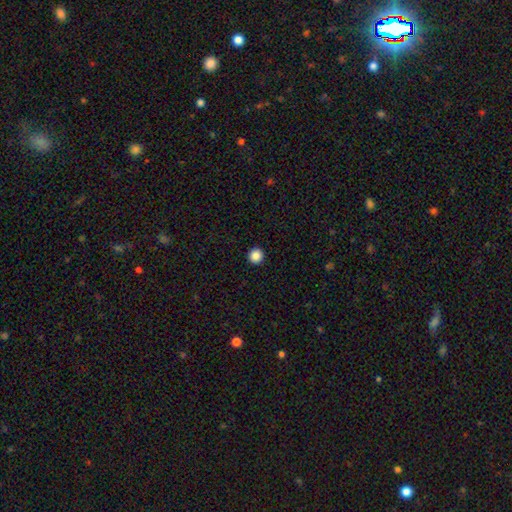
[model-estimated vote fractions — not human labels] A smooth galaxy with no disk features (87%) that is round (96%).

Vote fractions:
- Smooth or featured? smooth: 87% / star or artifact: 10% / featured or disk: 3%
- How rounded? round: 96% / in between: 3% / cigar-shaped: 1%
- Merging? none: 94% / minor disturbance: 4% / major disturbance: 1% / merger: 1%